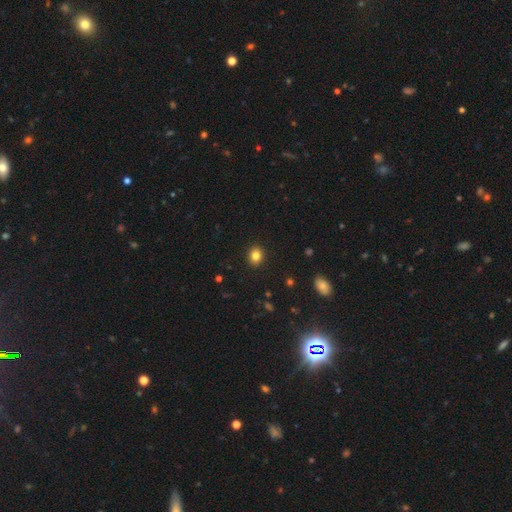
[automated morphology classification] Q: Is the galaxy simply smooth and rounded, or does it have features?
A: smooth — 83%.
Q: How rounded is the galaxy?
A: round — 66%.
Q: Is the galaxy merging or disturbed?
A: none — 91%.